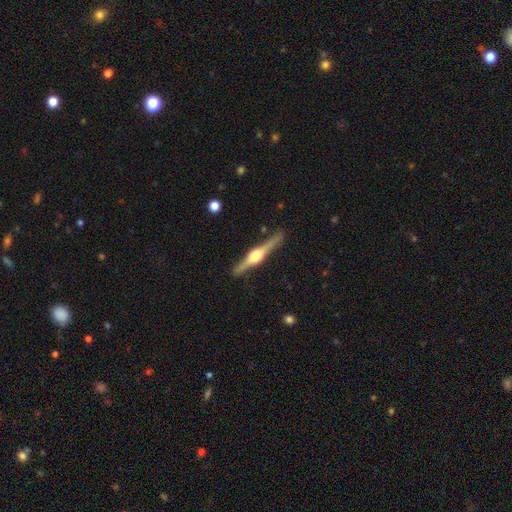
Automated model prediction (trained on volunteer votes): Smooth or featured: featured or disk — 83% (smooth — 13%)
Edge-on disk: yes — 98% (no — 2%)
Edge-on bulge: rounded — 95% (boxy — 4%)
Merging: none — 90% (minor disturbance — 7%)